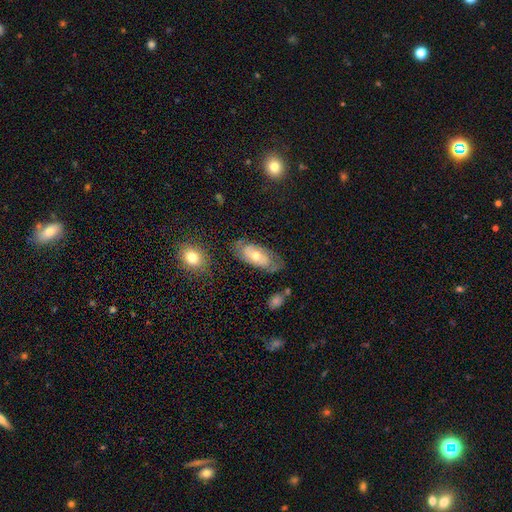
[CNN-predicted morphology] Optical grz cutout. It shows a featured or disk galaxy (61%) with no bar (74%), spiral arms (74%) and a moderate central bulge (66%). Merging: none (71%).